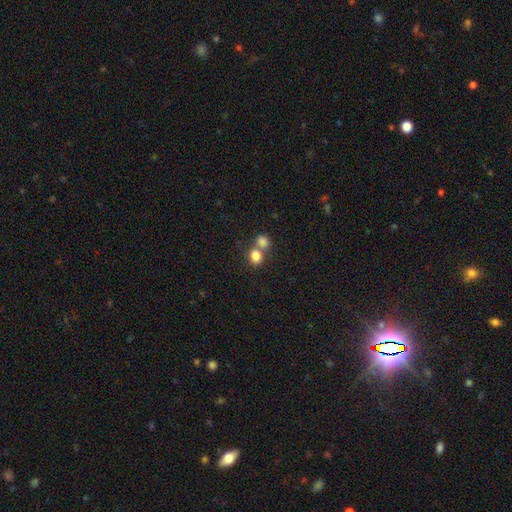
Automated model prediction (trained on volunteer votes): Overall: smooth (82%). How rounded: round (62%; in between 37%). Merging: merger (50%; none 39%).